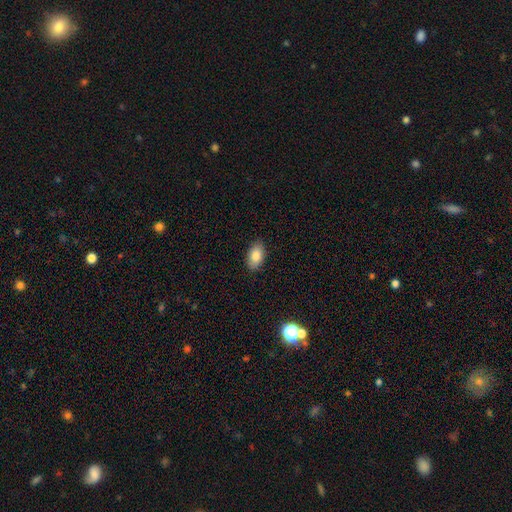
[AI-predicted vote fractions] The model was most divided on "smooth or featured": smooth: 84%, featured or disk: 9%, star or artifact: 8%. More confident: how rounded — in between (93%); merging — none (89%).